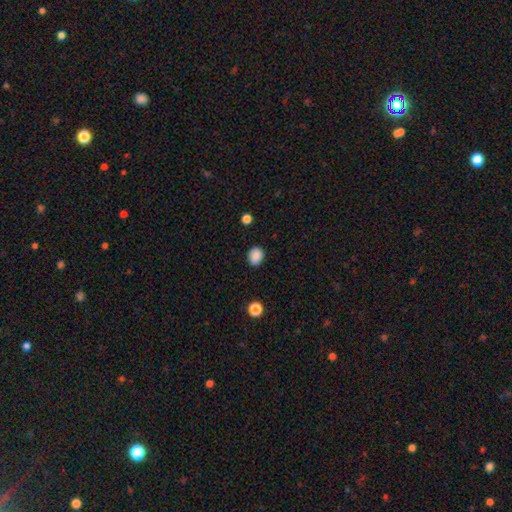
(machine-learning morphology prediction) smooth 88%, star or artifact 9%, featured or disk 3%. Down the decision tree: how rounded — round (55%); merging — none (87%).